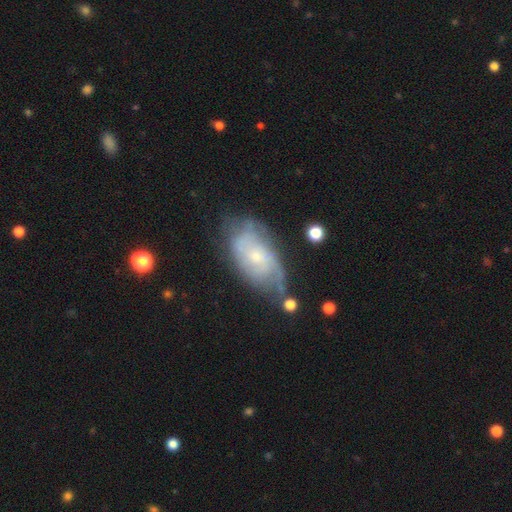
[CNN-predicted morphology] Smooth or featured? featured or disk (68%)
Edge-on disk? no (94%)
Bar? no (70%)
Spiral arms? yes (83%)
Spiral winding? tight (44%)
Spiral arm count? can't tell (46%)
Bulge size? small (59%)
Merging? none (52%)